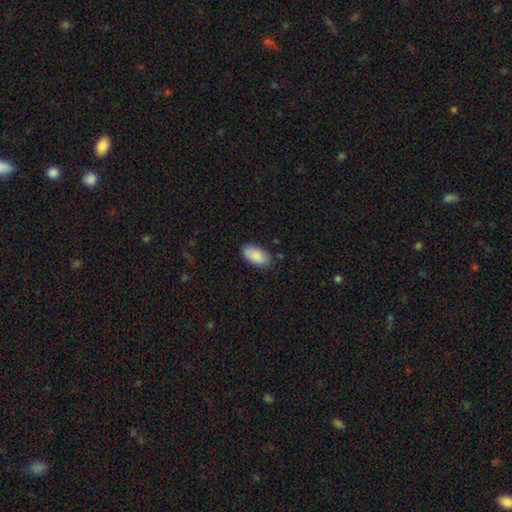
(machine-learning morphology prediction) This is clearly a smooth galaxy (88%). How rounded: clearly in between (95%). Merging: clearly none (82%).